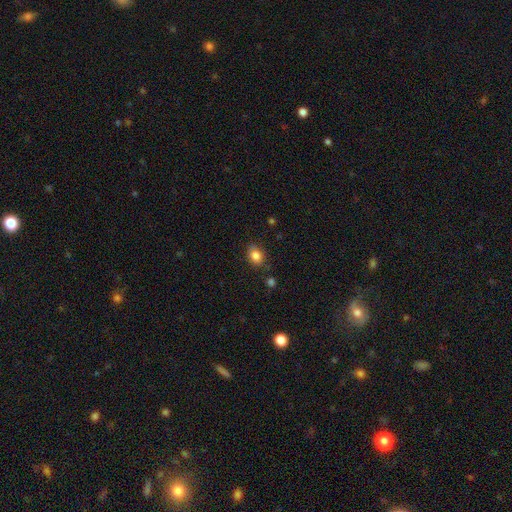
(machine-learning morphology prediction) Smooth or featured? Predicted: smooth (p=0.84). How rounded? Predicted: in between (p=0.61). Merging? Predicted: none (p=0.78).